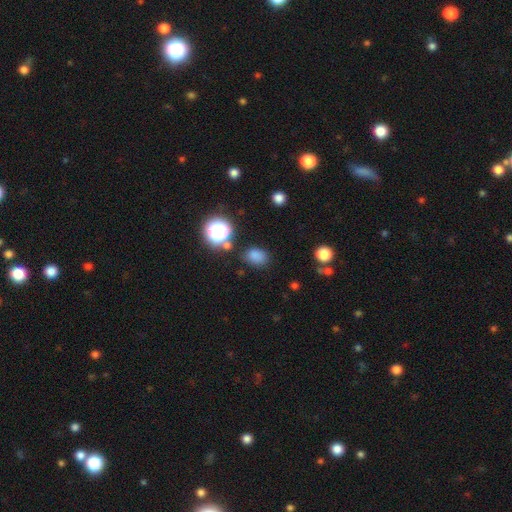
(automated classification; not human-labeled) Q: Smooth or featured?
A: smooth (78%); runner-up: star or artifact (17%)
Q: How rounded?
A: in between (63%); runner-up: round (36%)
Q: Merging?
A: none (76%); runner-up: minor disturbance (14%)